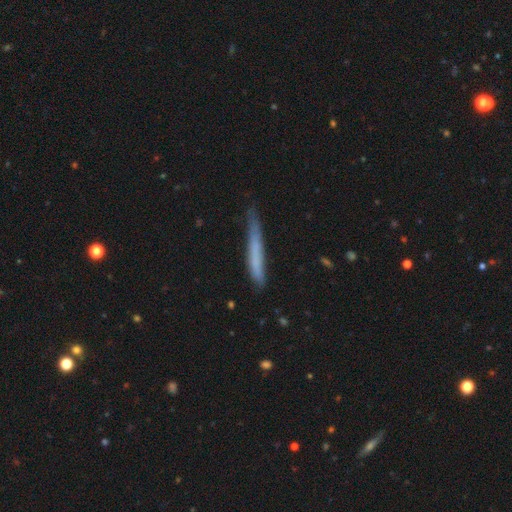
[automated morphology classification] Smooth or featured? smooth (65%)
How rounded? cigar-shaped (96%)
Merging? none (66%)